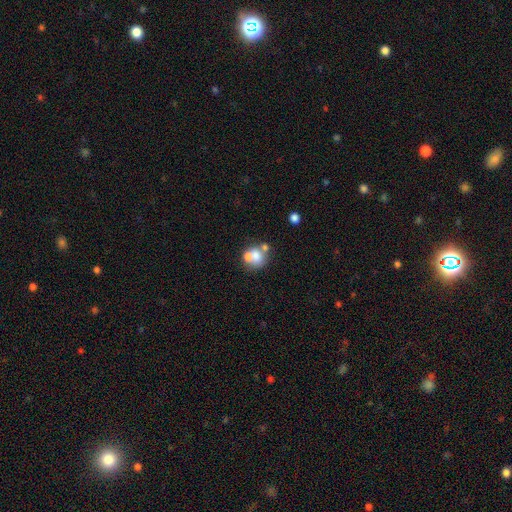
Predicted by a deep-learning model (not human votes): Q: Smooth or featured?
A: smooth (62%); runner-up: featured or disk (26%)
Q: How rounded?
A: round (66%); runner-up: in between (33%)
Q: Merging?
A: merger (47%); runner-up: none (35%)